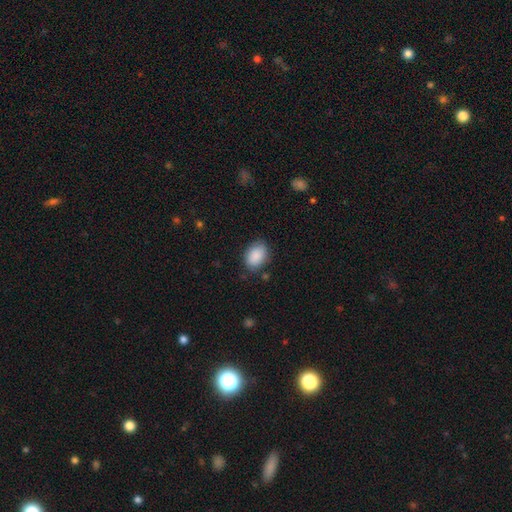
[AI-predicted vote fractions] This is clearly a smooth galaxy (89%). How rounded: likely in between (80%). Merging: likely none (78%).